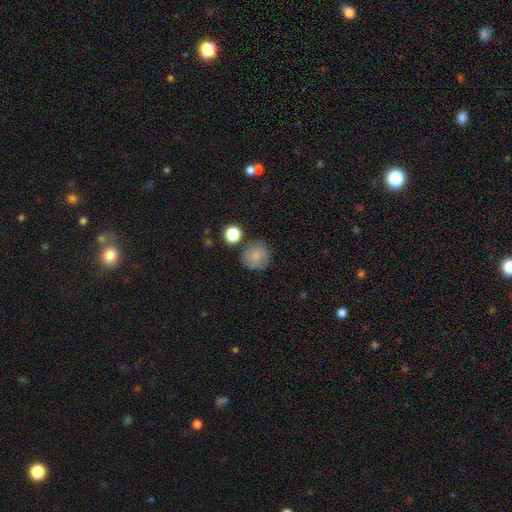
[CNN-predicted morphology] Smooth or featured? smooth (79%)
How rounded? round (90%)
Merging? none (73%)